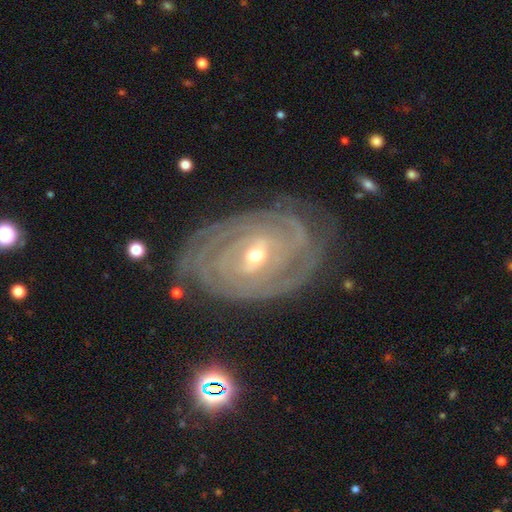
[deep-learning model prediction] This appears to be a featured or disk galaxy (88%) with a weak bar (42%), tight (83%) spiral arms (95%) and a small central bulge (55%). Merging: none (74%).